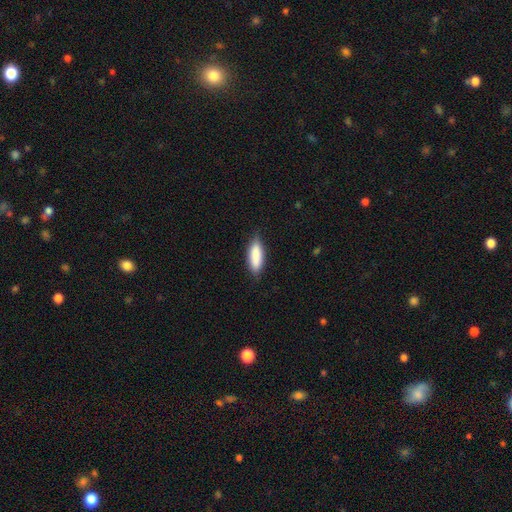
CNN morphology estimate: Overall: smooth (86%). How rounded: in between (64%; cigar-shaped 34%). Merging: none (80%).